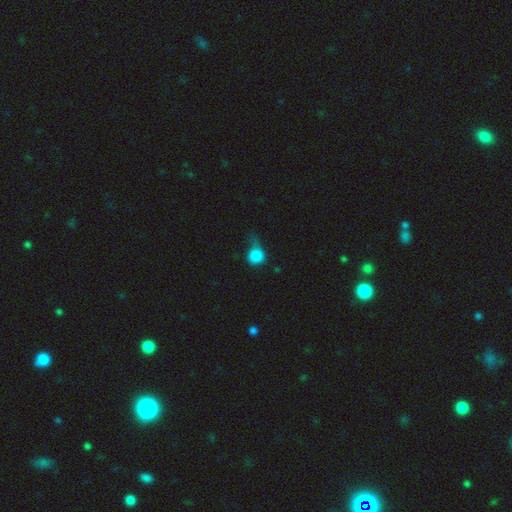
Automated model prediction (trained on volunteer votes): Smooth or featured? Predicted: smooth (p=0.83). How rounded? Predicted: round (p=0.86). Merging? Predicted: minor disturbance (p=0.32, tied with none).